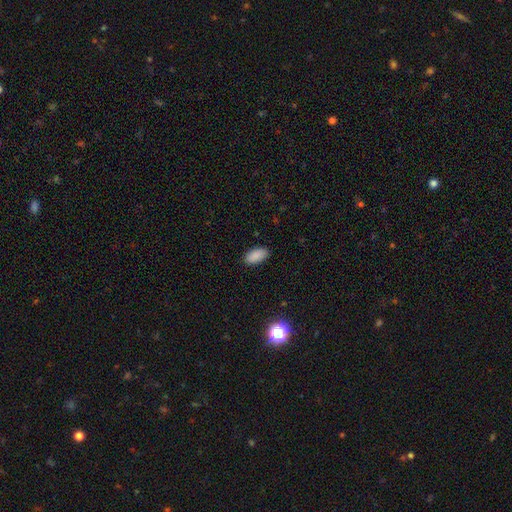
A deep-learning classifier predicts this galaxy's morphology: Smooth or featured? Predicted: smooth (p=0.89). How rounded? Predicted: in between (p=0.93). Merging? Predicted: none (p=0.89).